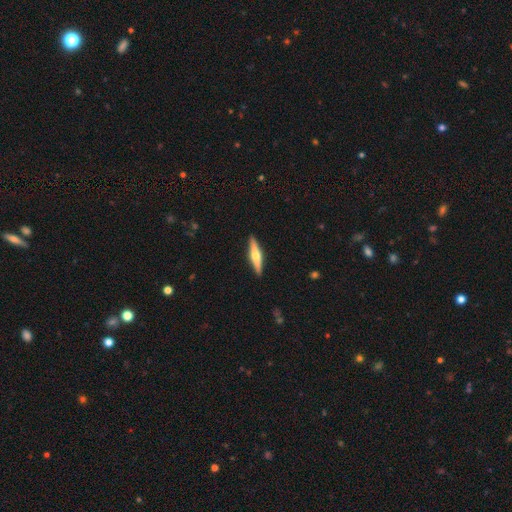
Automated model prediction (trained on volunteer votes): A featured or disk galaxy (60%) viewed edge-on (96%) with a rounded central bulge (91%).

Vote fractions:
- Smooth or featured? featured or disk: 60% / smooth: 35% / star or artifact: 5%
- Edge-on disk? yes: 96% / no: 4%
- Edge-on bulge? rounded: 91% / boxy: 5% / none: 4%
- Merging? none: 91% / minor disturbance: 7% / major disturbance: 1% / merger: 1%